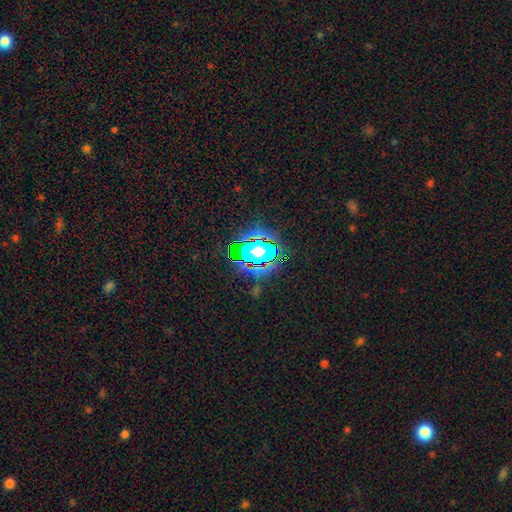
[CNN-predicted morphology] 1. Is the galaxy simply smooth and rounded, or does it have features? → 79% star or artifact, 13% smooth, 8% featured or disk.